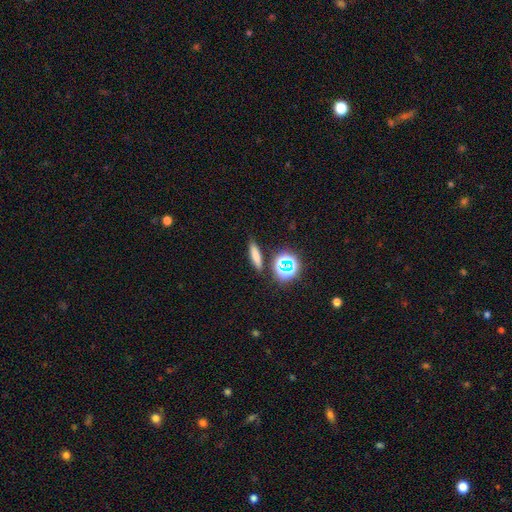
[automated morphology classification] A smooth galaxy with no disk features (70%) that is cigar-shaped (66%).

Vote fractions:
- Smooth or featured? smooth: 70% / star or artifact: 18% / featured or disk: 12%
- How rounded? cigar-shaped: 66% / in between: 25% / round: 9%
- Merging? none: 84% / minor disturbance: 9% / merger: 4% / major disturbance: 3%